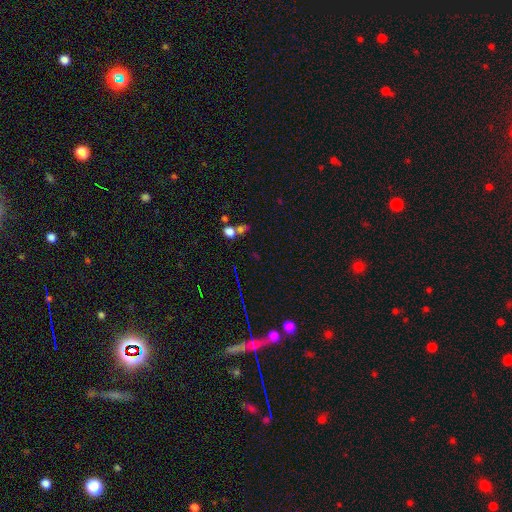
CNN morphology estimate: Q: Smooth or featured?
A: smooth (49%); runner-up: star or artifact (39%)
Q: Merging?
A: none (51%); runner-up: merger (32%)